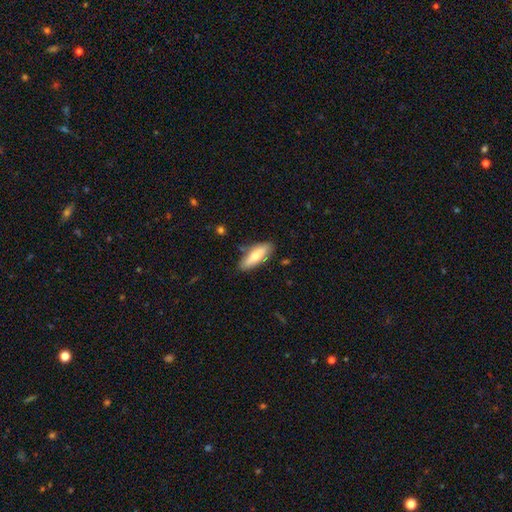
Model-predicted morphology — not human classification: This is likely a smooth galaxy (67%). How rounded: possibly in between (58%). Merging: clearly none (81%).